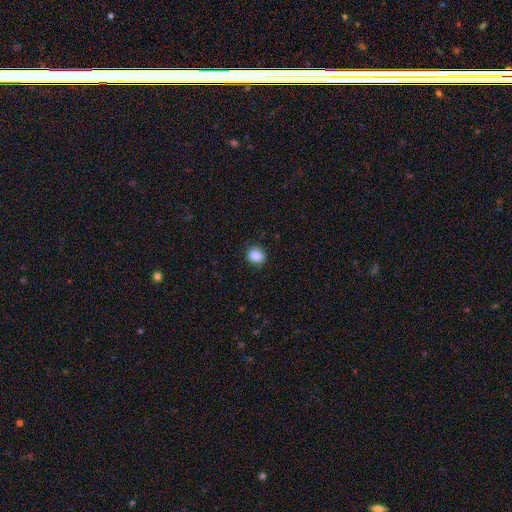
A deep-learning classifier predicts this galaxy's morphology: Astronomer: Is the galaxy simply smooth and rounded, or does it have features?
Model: smooth — 87%.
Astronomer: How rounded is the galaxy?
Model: round — 75%.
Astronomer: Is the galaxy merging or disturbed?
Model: none — 83%.